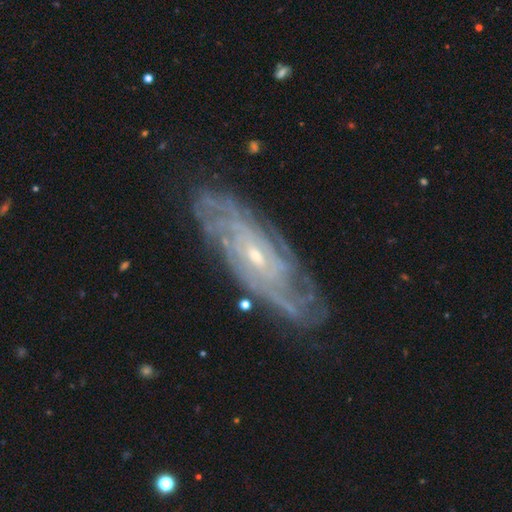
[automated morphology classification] Smooth or featured?
  - featured or disk: 88% *
  - smooth: 6%
  - star or artifact: 6%
Edge-on disk?
  - no: 89% *
  - yes: 11%
Bar?
  - no: 56% *
  - weak: 35%
  - strong: 10%
Spiral arms?
  - yes: 97% *
  - no: 3%
Spiral winding?
  - tight: 71% *
  - medium: 24%
  - loose: 5%
Spiral arm count?
  - can't tell: 37% *
  - 4: 17%
  - 2: 14%
  - more than 4: 13%
  - 3: 13%
  - 1: 7%
Bulge size?
  - small: 71% *
  - moderate: 25%
  - none: 1%
  - large: 1%
  - dominant: 1%
Merging?
  - none: 81% *
  - minor disturbance: 14%
  - major disturbance: 4%
  - merger: 1%